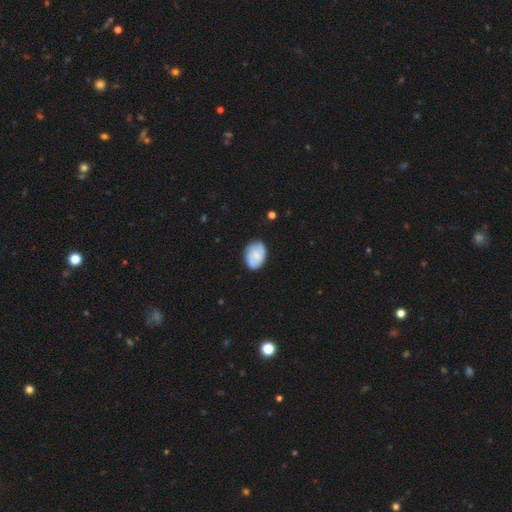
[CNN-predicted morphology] This appears to be a smooth galaxy with no disk features (58%) that is in between round and cigar-shaped (72%). Merging: none (74%).